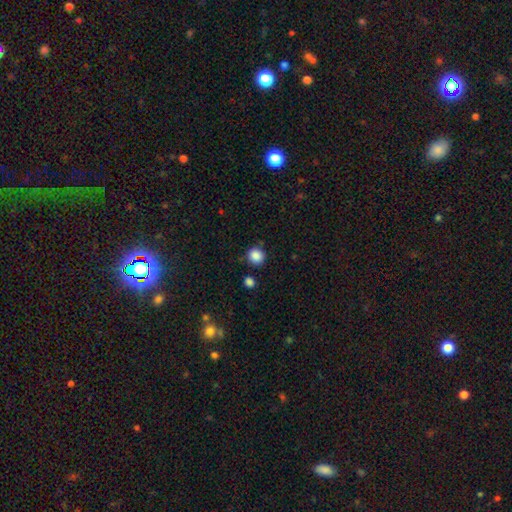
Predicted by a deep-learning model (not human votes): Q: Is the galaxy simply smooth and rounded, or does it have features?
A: smooth — 87%.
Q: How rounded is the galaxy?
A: round — 90%.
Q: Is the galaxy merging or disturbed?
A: none — 82%.